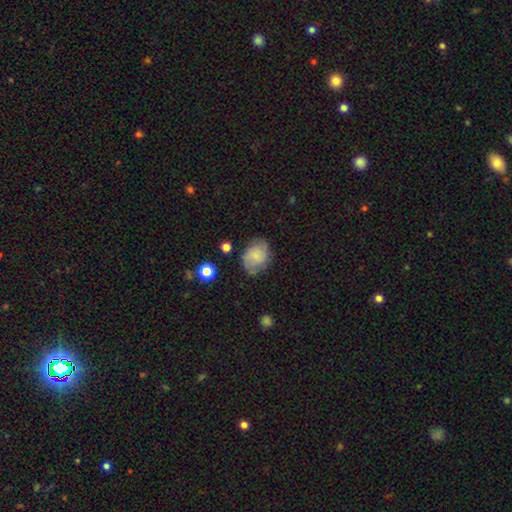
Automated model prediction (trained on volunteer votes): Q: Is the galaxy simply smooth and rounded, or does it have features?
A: smooth — 62%.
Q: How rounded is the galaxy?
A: in between — 50%.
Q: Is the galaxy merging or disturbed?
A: none — 66%.